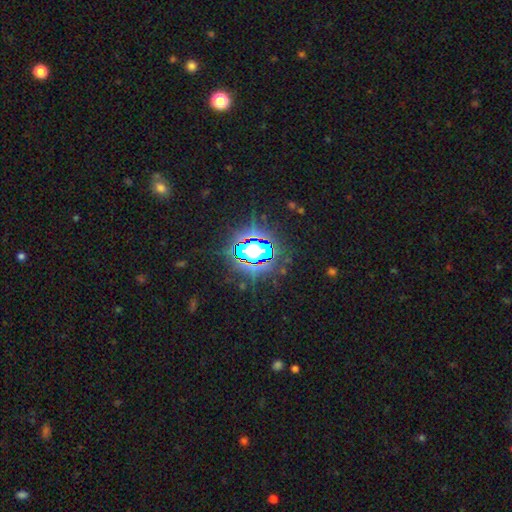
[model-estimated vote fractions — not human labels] A star or artifact, not a galaxy (75%).

Vote fractions:
- Smooth or featured? star or artifact: 75% / smooth: 14% / featured or disk: 11%